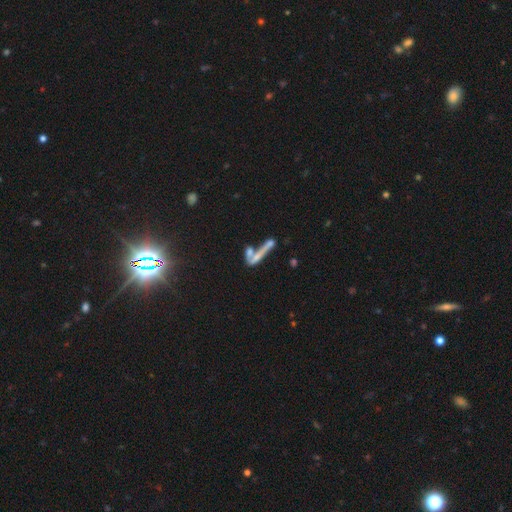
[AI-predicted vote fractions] Morphology: type=smooth (47%); merging=merger (50%).